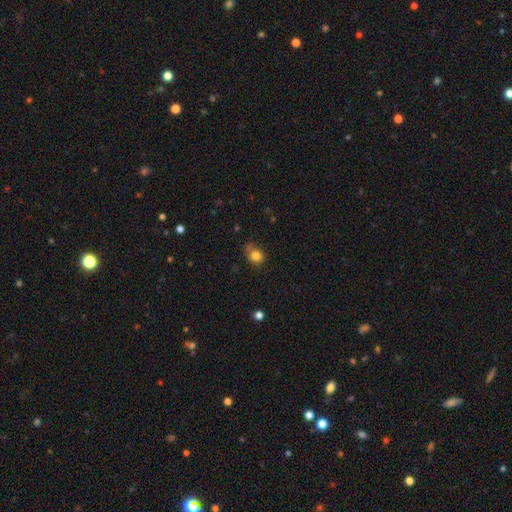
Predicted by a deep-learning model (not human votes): Overall: smooth (82%). How rounded: round (68%; in between 31%). Merging: none (53%; minor disturbance 31%).